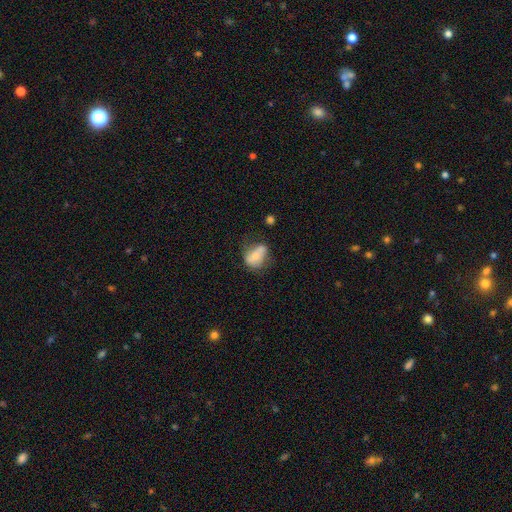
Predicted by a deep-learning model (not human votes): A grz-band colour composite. It shows a smooth galaxy with no disk features (57%) that is in between round and cigar-shaped (75%). Merging: none (46%).